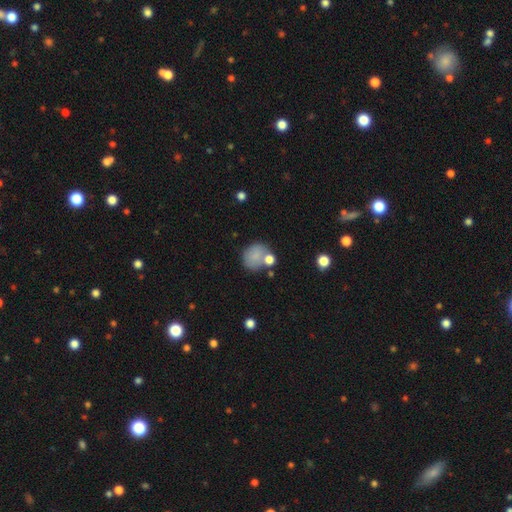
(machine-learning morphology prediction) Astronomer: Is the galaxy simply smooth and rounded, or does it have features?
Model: smooth — 80%.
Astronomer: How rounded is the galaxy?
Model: round — 69%.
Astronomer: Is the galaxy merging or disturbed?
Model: none — 55%.